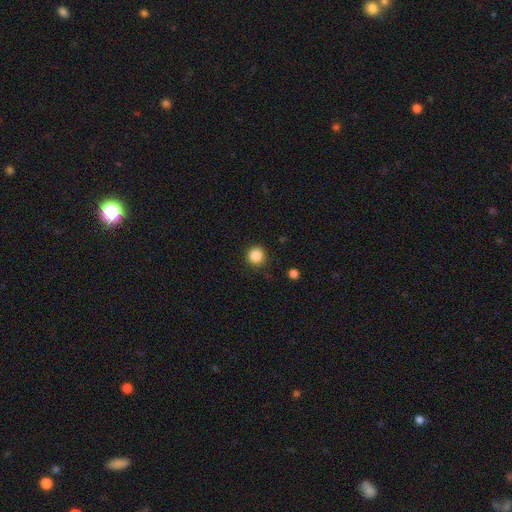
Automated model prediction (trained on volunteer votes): A smooth galaxy with no disk features (86%) that is round (95%). Merging: none (89%).